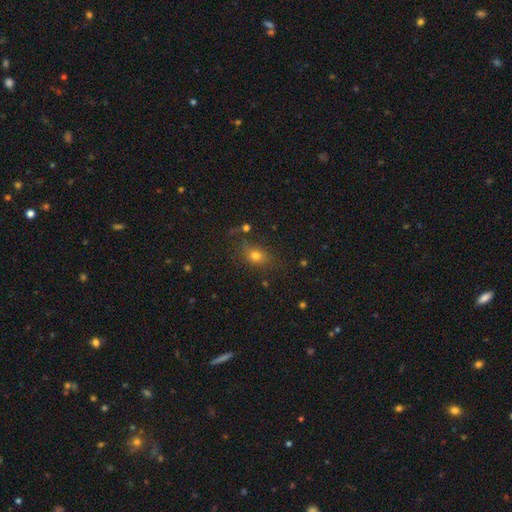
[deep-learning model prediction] This appears to be a smooth galaxy with no disk features (73%) that is in between round and cigar-shaped (59%). Merging: none (71%).